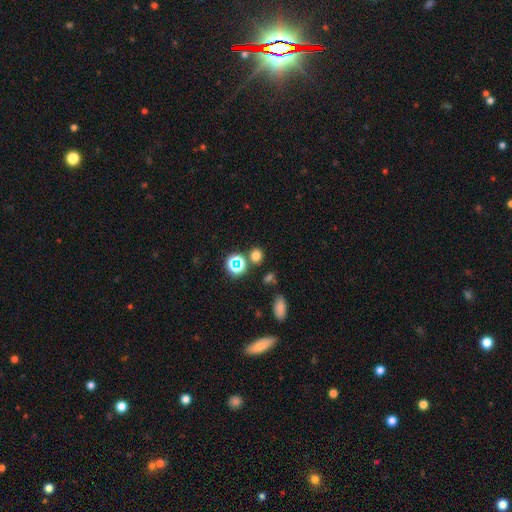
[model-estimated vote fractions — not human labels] Q: Smooth or featured?
A: smooth (70%); runner-up: star or artifact (24%)
Q: How rounded?
A: round (74%); runner-up: in between (25%)
Q: Merging?
A: none (78%); runner-up: merger (10%)